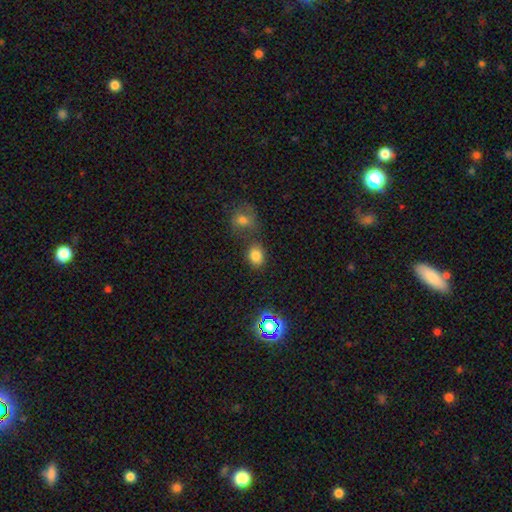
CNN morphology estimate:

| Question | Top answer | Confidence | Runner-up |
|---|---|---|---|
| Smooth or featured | smooth | 79% | star or artifact (15%) |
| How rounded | round | 54% | in between (45%) |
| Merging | none | 67% | merger (17%) |